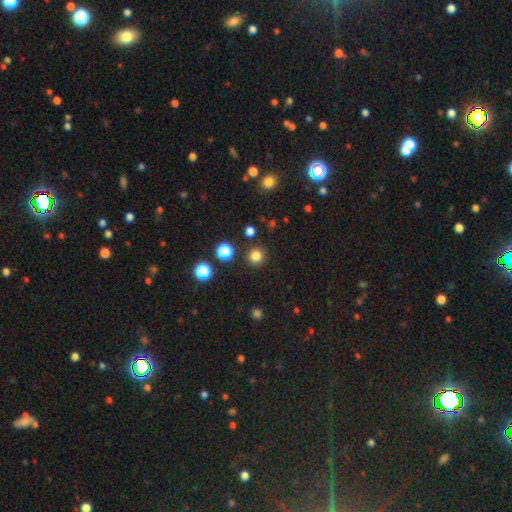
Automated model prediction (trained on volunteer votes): Smooth or featured? Predicted: smooth (p=0.82). How rounded? Predicted: round (p=0.95). Merging? Predicted: none (p=0.90).